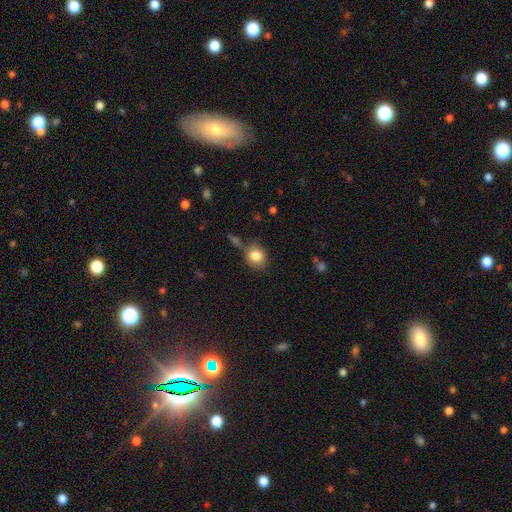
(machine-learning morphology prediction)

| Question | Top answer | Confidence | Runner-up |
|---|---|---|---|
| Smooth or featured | smooth | 84% | star or artifact (9%) |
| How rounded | round | 69% | in between (30%) |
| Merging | none | 69% | minor disturbance (17%) |